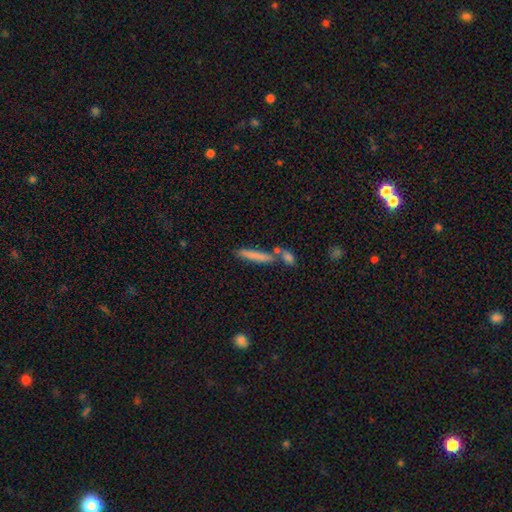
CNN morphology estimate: Overall: smooth (73%). How rounded: cigar-shaped (91%). Merging: none (63%).